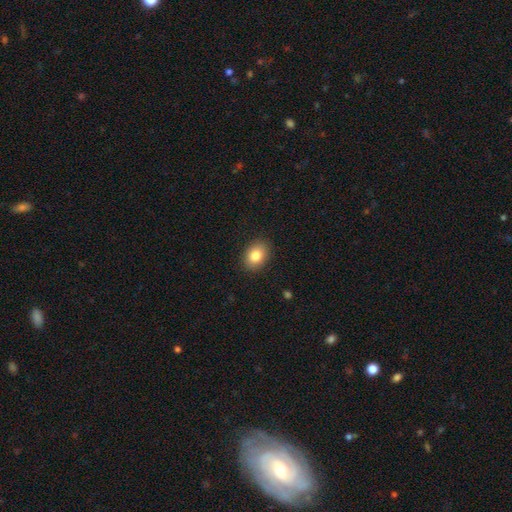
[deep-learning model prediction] Smooth or featured: smooth — 83% (star or artifact — 9%)
How rounded: in between — 66% (round — 33%)
Merging: none — 88% (minor disturbance — 8%)